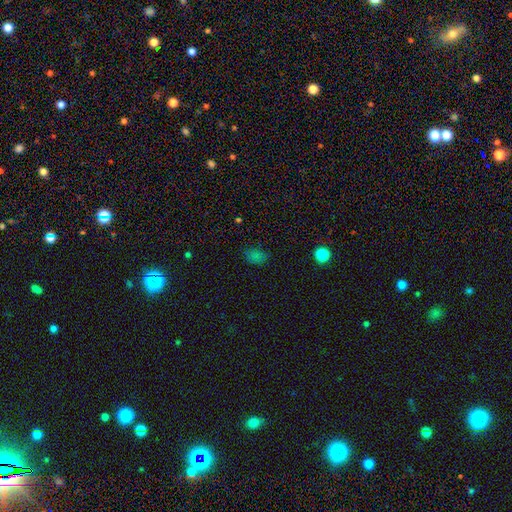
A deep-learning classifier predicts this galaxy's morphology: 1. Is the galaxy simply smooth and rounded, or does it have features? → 65% smooth, 29% star or artifact, 6% featured or disk.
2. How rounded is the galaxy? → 68% in between, 30% round, 2% cigar-shaped.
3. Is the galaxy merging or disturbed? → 80% none, 14% minor disturbance, 5% major disturbance, 2% merger.